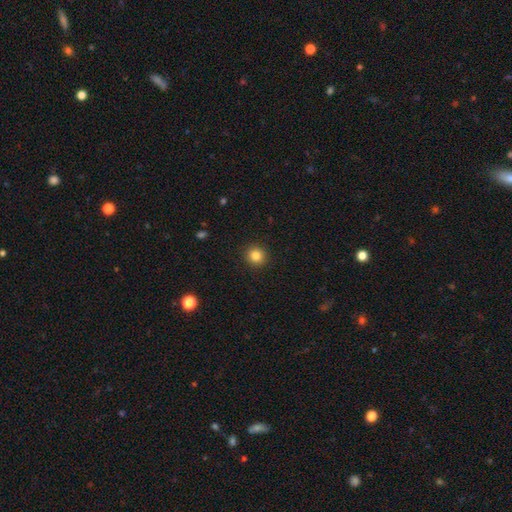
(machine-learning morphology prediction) This is clearly a smooth galaxy (83%). How rounded: clearly round (93%). Merging: clearly none (92%).